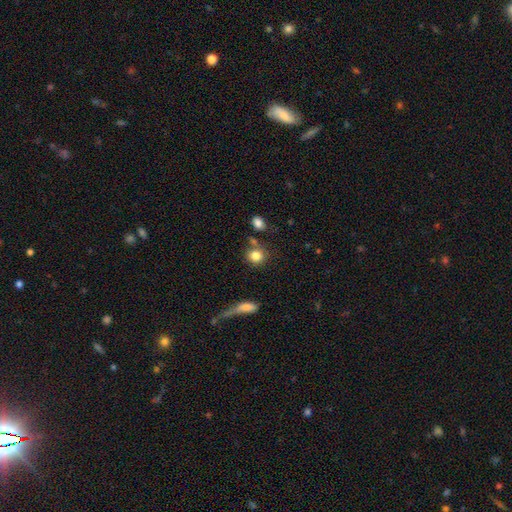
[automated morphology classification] Smooth or featured: smooth — 83% (star or artifact — 10%)
How rounded: round — 77% (in between — 21%)
Merging: none — 65% (merger — 17%)